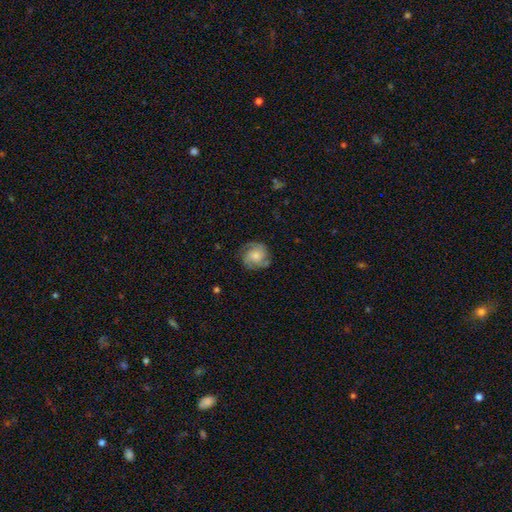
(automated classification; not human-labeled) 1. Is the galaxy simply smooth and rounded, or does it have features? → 56% featured or disk, 36% smooth, 8% star or artifact.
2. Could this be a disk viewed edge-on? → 97% no, 3% yes.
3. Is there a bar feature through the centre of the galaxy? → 76% no, 21% weak, 3% strong.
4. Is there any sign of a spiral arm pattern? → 90% yes, 10% no.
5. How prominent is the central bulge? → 48% moderate, 30% small, 13% large, 7% none, 2% dominant.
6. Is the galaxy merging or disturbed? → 72% none, 19% minor disturbance, 7% major disturbance, 2% merger.